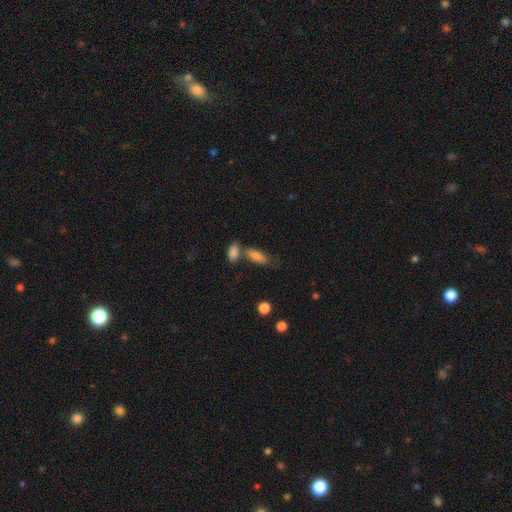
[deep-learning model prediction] Q: Smooth or featured?
A: smooth (77%); runner-up: featured or disk (14%)
Q: How rounded?
A: in between (74%); runner-up: cigar-shaped (23%)
Q: Merging?
A: none (49%); runner-up: merger (30%)